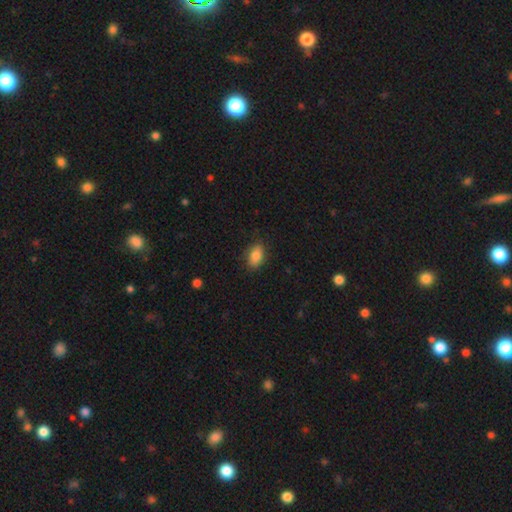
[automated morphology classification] The model was most divided on "merging": none: 82%, minor disturbance: 13%, major disturbance: 3%, merger: 1%. More confident: how rounded — in between (88%); smooth or featured — smooth (85%).